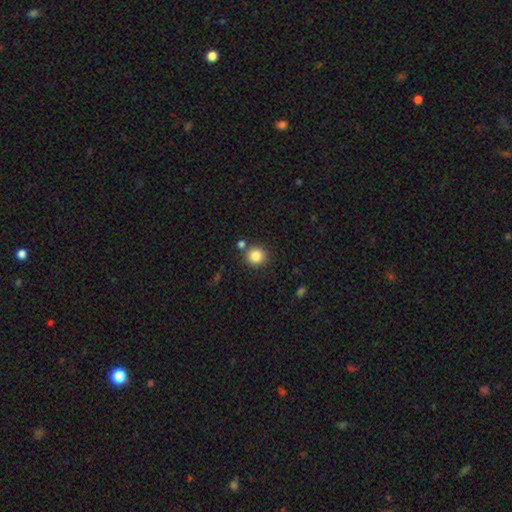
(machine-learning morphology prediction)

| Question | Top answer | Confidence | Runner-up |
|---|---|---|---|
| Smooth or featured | smooth | 85% | star or artifact (11%) |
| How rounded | round | 91% | in between (8%) |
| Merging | none | 82% | merger (8%) |